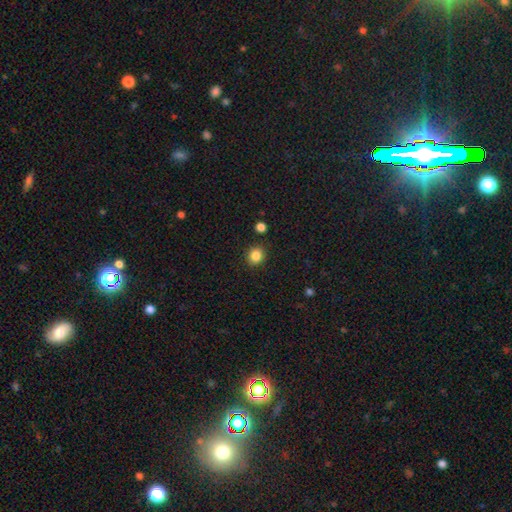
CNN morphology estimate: smooth_or_featured: smooth (p=0.84) [alt: star or artifact p=0.11]
how_rounded: round (p=0.79) [alt: in between p=0.20]
merging: none (p=0.89) [alt: minor disturbance p=0.07]